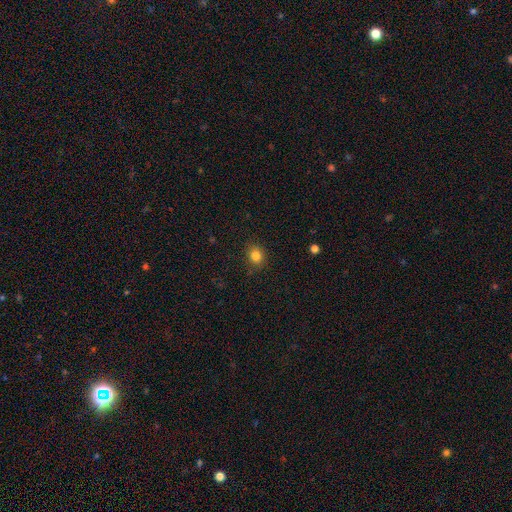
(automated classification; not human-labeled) Smooth or featured? Predicted: smooth (p=0.83). How rounded? Predicted: round (p=0.71). Merging? Predicted: none (p=0.87).